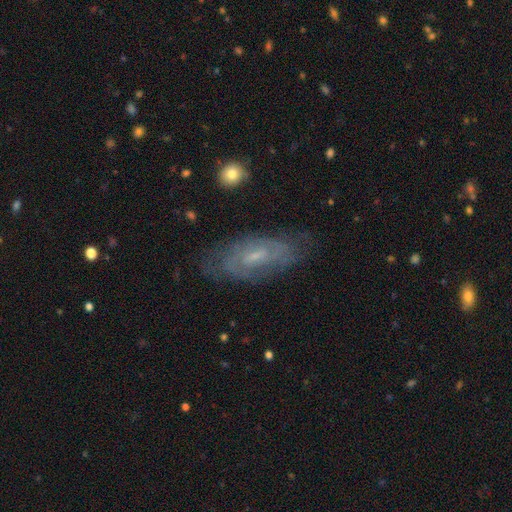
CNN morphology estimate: type=featured or disk (69%); edge-on=no (88%); bar=no (46%, tied with weak); spiral arms=yes (81%); bulge=small (61%); merging=none (74%).